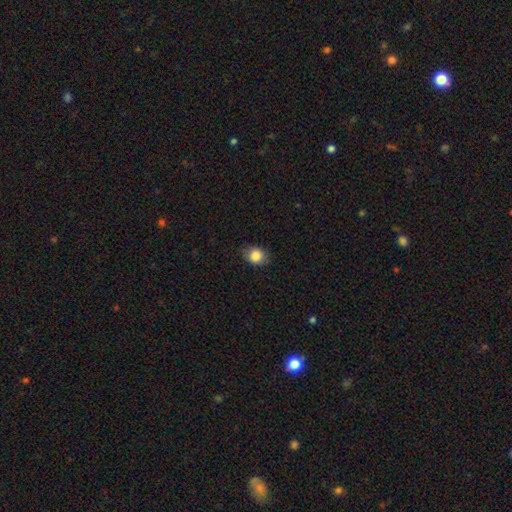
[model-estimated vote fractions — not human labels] Smooth or featured?
  - smooth: 85% *
  - star or artifact: 9%
  - featured or disk: 6%
How rounded?
  - round: 55% *
  - in between: 44%
  - cigar-shaped: 1%
Merging?
  - none: 81% *
  - minor disturbance: 16%
  - major disturbance: 3%
  - merger: 1%